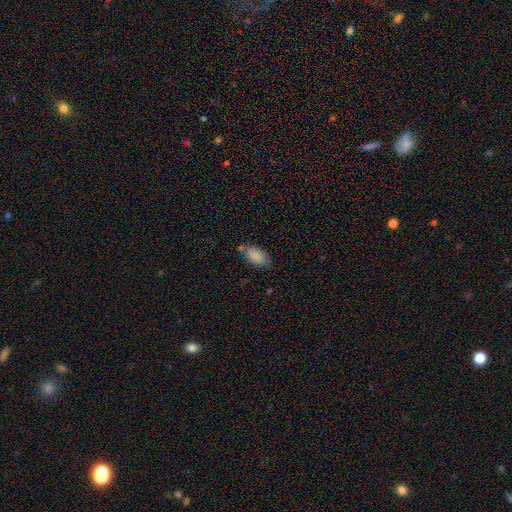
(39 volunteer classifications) Smooth or featured?
  - smooth: 95% *
  - featured or disk: 5%
  - star or artifact: 0%
How rounded?
  - in between: 89% *
  - cigar-shaped: 8%
  - round: 3%
Merging?
  - none: 77% *
  - minor disturbance: 10%
  - merger: 8%
  - major disturbance: 5%